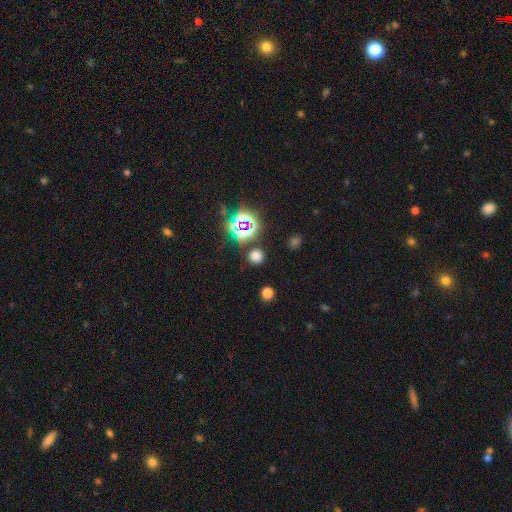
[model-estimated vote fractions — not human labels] This appears to be a smooth galaxy with no disk features (62%) that is round (88%). Merging: none (86%).